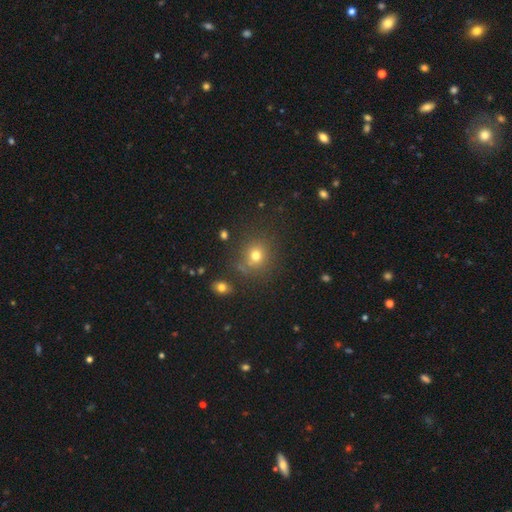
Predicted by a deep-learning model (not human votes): smooth-or-featured: smooth: 73% | star or artifact: 17% | featured or disk: 9%
  how-rounded: round: 85% | in between: 14% | cigar-shaped: 1%
  merging: none: 76% | minor disturbance: 12% | merger: 7% | major disturbance: 5%